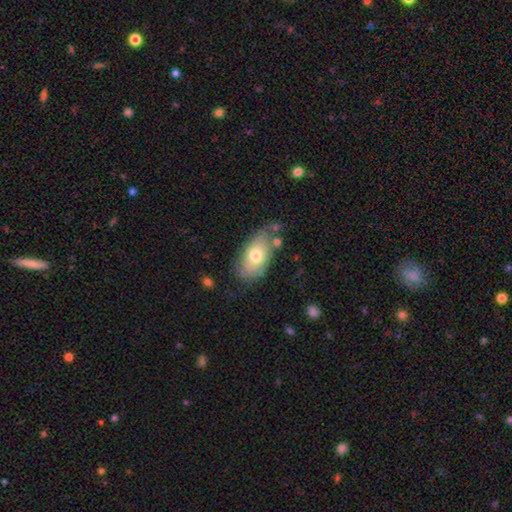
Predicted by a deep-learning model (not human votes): This is likely a smooth galaxy (67%). How rounded: clearly in between (92%). Merging: likely none (61%).